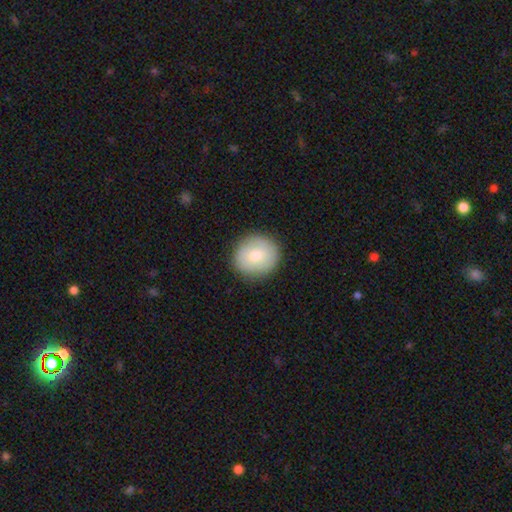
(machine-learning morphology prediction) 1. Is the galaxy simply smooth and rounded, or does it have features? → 75% smooth, 17% featured or disk, 7% star or artifact.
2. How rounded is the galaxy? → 85% round, 14% in between, 1% cigar-shaped.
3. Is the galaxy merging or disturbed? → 89% none, 8% minor disturbance, 2% major disturbance, 1% merger.